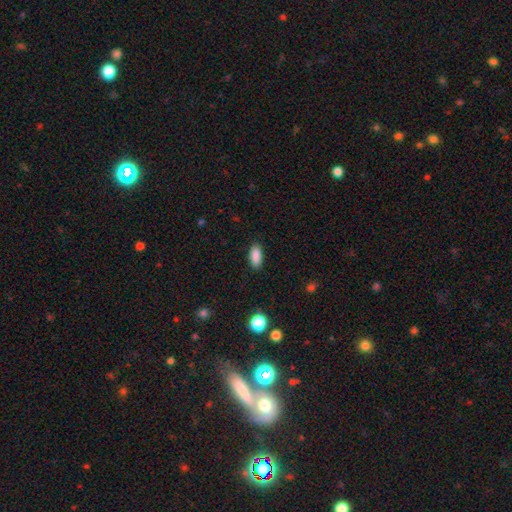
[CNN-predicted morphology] smooth_or_featured: smooth (p=0.89) [alt: star or artifact p=0.08]
how_rounded: in between (p=0.86) [alt: cigar-shaped p=0.11]
merging: none (p=0.88) [alt: minor disturbance p=0.09]